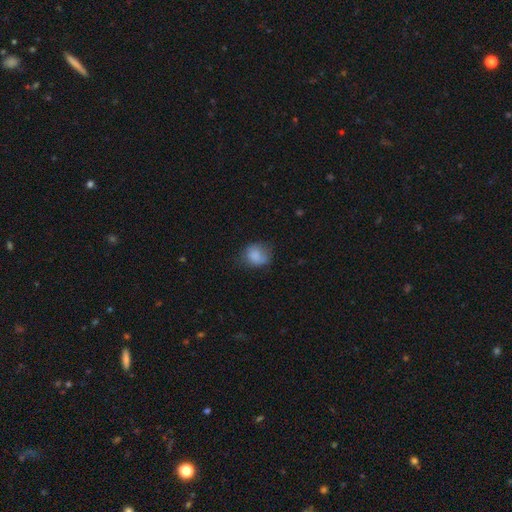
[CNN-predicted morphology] smooth 81%, featured or disk 10%, star or artifact 9%. Down the decision tree: how rounded — round (65%); merging — none (56%).